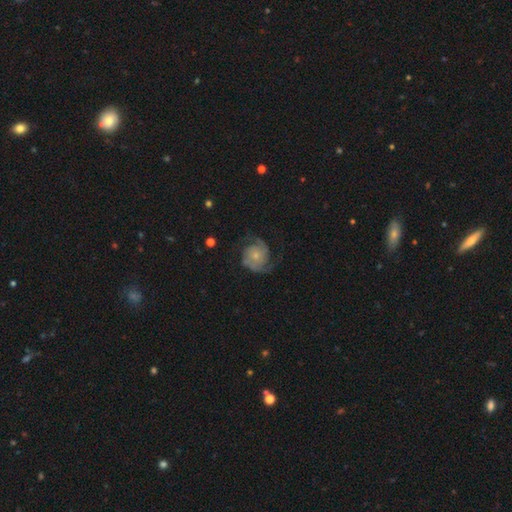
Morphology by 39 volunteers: smooth-or-featured: featured or disk: 82% | smooth: 15% | star or artifact: 3%
  disk-edge-on: no: 97% | yes: 3%
    bar: no: 84% | weak: 13% | strong: 3%
    has-spiral-arms: yes: 94% | no: 6%
      spiral-winding: medium: 62% | tight: 24% | loose: 14%
      spiral-arm-count: 2: 90% | 3: 7% | more than 4: 3% | 1: 0% | 4: 0% | can't tell: 0%
    bulge-size: small: 87% | moderate: 10% | large: 3% | dominant: 0% | none: 0%
  merging: none: 63% | major disturbance: 21% | minor disturbance: 16% | merger: 0%